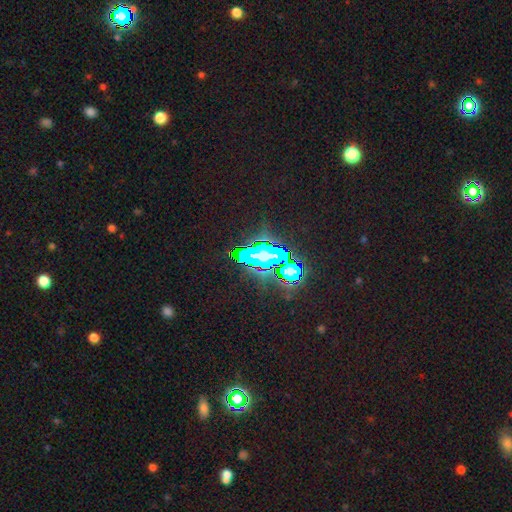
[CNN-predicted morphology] smooth_or_featured: star or artifact (p=0.74) [alt: smooth p=0.16]